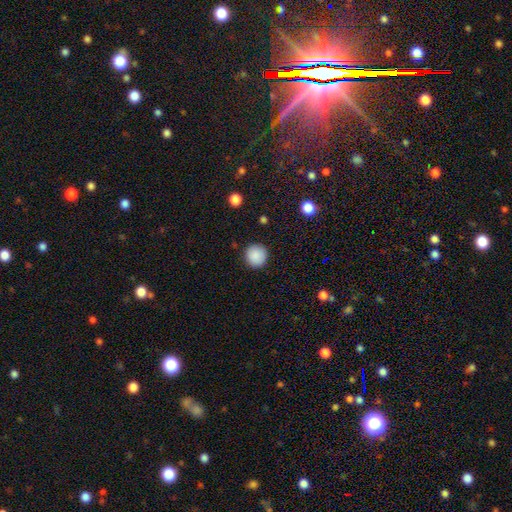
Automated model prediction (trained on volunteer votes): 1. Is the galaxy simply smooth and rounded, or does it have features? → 89% smooth, 8% star or artifact, 3% featured or disk.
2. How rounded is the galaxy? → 94% round, 5% in between, 1% cigar-shaped.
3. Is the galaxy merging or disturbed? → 90% none, 7% minor disturbance, 2% major disturbance, 1% merger.